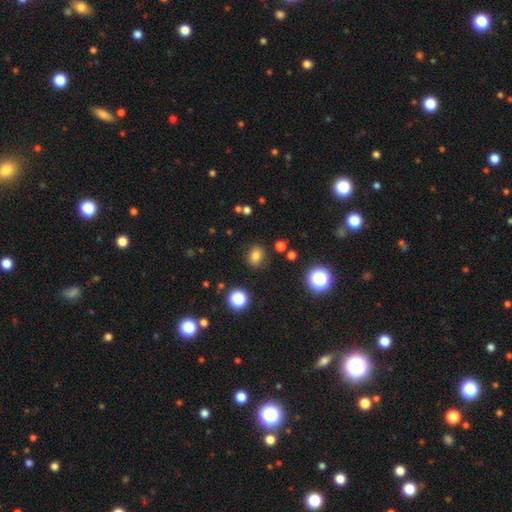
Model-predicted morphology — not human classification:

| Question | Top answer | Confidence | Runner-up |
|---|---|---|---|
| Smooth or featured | smooth | 77% | star or artifact (16%) |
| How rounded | round | 55% | in between (44%) |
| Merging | none | 84% | minor disturbance (10%) |